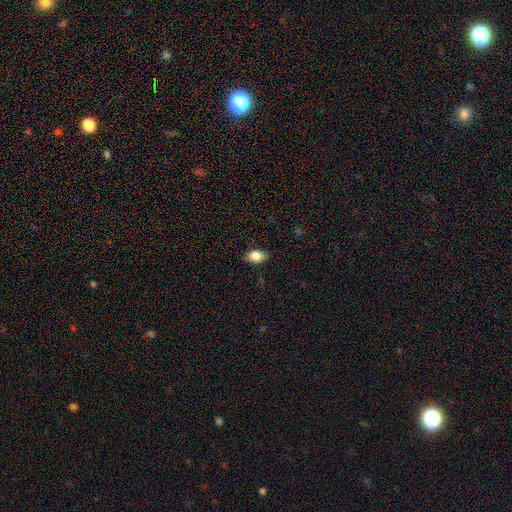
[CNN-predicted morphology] Smooth or featured? Predicted: smooth (p=0.82). How rounded? Predicted: in between (p=0.81). Merging? Predicted: none (p=0.83).